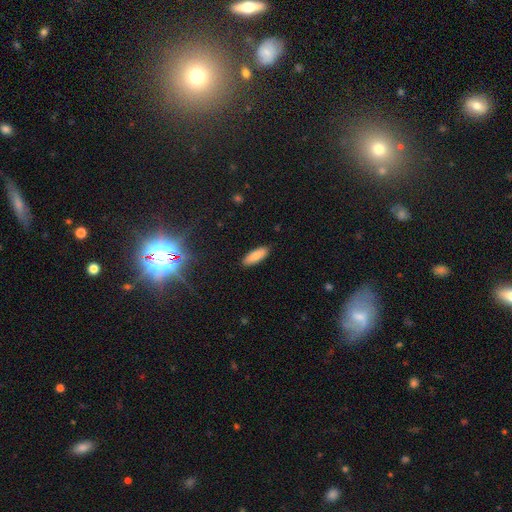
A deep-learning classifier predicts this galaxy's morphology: Smooth or featured?
  - smooth: 83% *
  - featured or disk: 10%
  - star or artifact: 7%
How rounded?
  - in between: 65% *
  - cigar-shaped: 33%
  - round: 2%
Merging?
  - none: 89% *
  - minor disturbance: 8%
  - major disturbance: 2%
  - merger: 1%